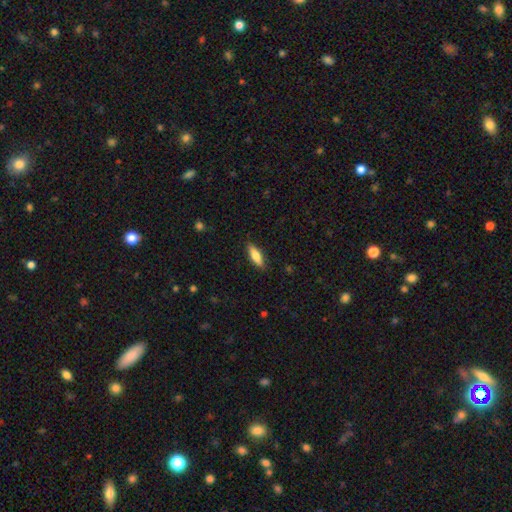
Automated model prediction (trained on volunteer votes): This is likely a smooth galaxy (80%). How rounded: possibly in between (50%). Merging: clearly none (87%).